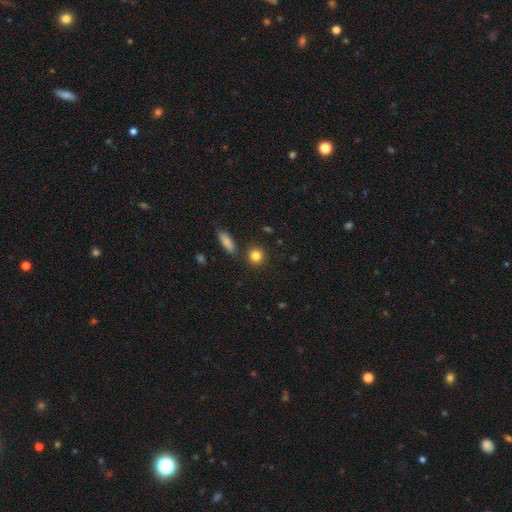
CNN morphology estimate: Overall: smooth (84%). How rounded: round (86%). Merging: none (86%).